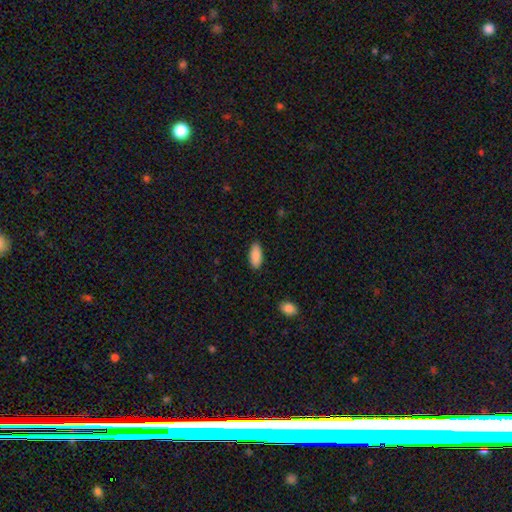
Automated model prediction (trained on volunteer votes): smooth 90%, star or artifact 6%, featured or disk 4%. Down the decision tree: how rounded — in between (85%); merging — none (89%).